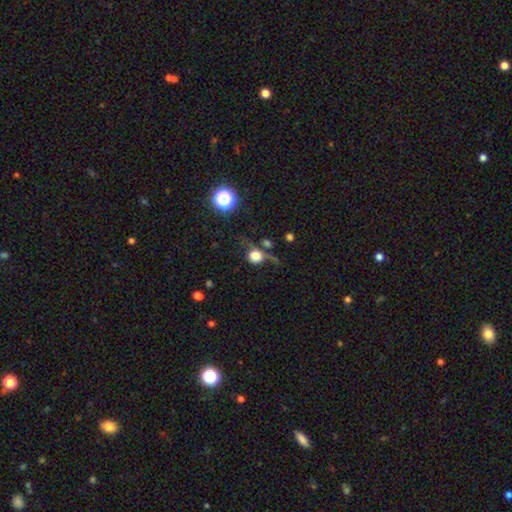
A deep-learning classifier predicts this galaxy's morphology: This is likely a smooth galaxy (71%). How rounded: clearly round (80%). Merging: marginally none (40%).